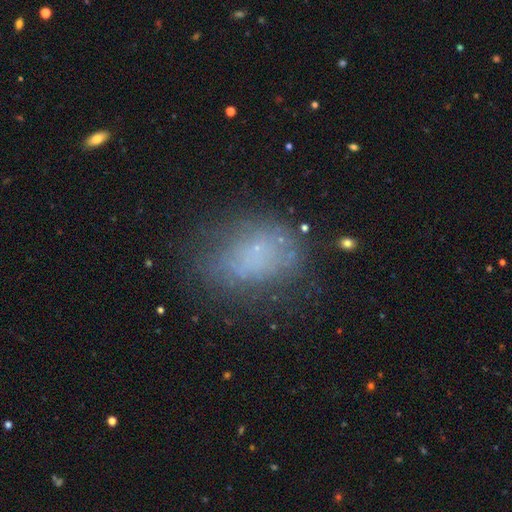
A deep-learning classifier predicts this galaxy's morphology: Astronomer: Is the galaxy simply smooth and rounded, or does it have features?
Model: smooth — 54%.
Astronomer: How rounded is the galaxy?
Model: in between — 68%.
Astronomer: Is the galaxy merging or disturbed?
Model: none — 60%.